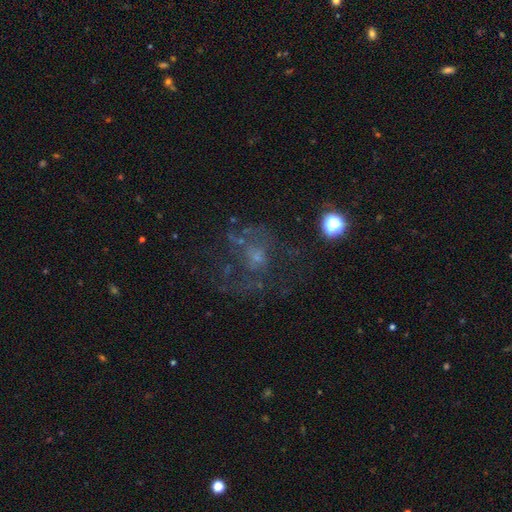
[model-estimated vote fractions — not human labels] Smooth or featured? Predicted: featured or disk (p=0.55). Edge-on disk? Predicted: no (p=0.97). Bar? Predicted: no (p=0.84). Spiral arms? Predicted: no (p=0.55). Bulge size? Predicted: small (p=0.53). Merging? Predicted: none (p=0.47).